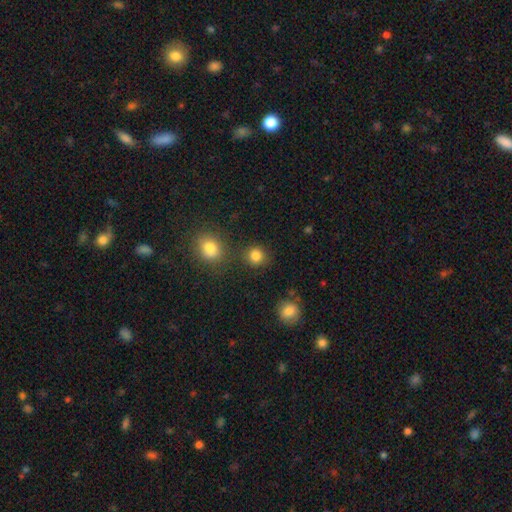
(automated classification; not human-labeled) Smooth or featured: smooth — 84% (star or artifact — 12%)
How rounded: round — 86% (in between — 13%)
Merging: none — 80% (minor disturbance — 9%)